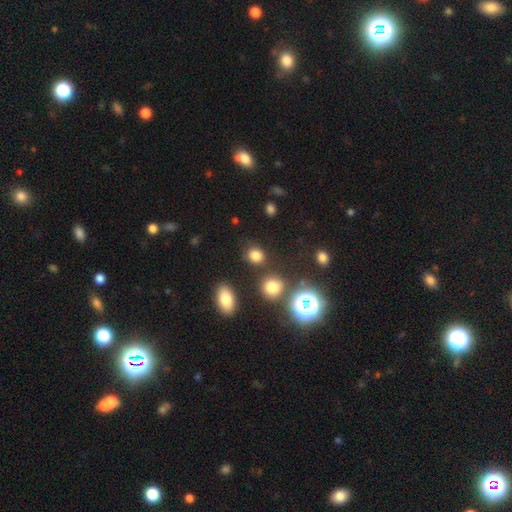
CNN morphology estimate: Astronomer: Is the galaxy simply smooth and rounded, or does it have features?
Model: smooth — 78%.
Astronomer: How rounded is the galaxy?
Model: round — 69%.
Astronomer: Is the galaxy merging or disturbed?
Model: none — 76%.